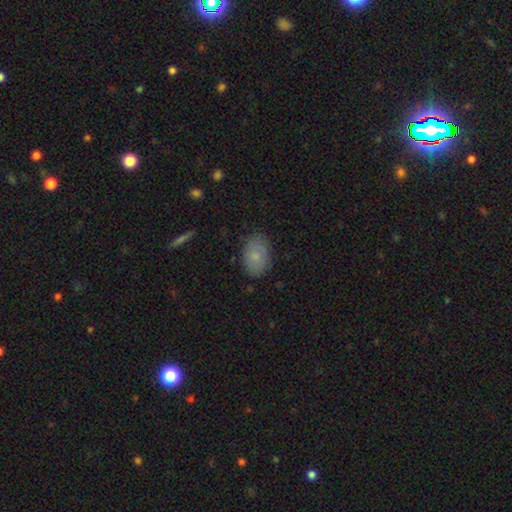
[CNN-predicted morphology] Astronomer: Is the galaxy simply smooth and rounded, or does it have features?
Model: smooth — 80%.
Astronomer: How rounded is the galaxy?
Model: in between — 88%.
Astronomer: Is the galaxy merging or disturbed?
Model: none — 81%.